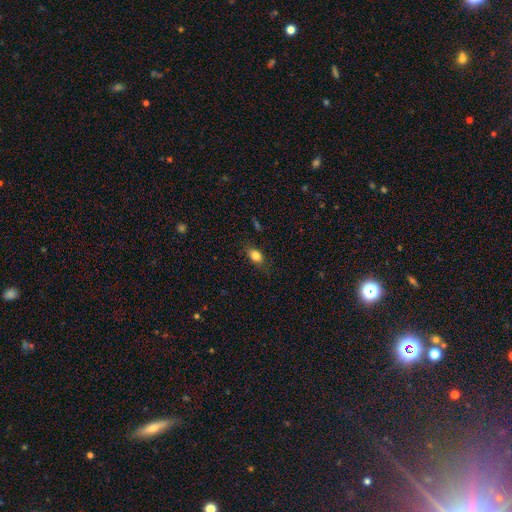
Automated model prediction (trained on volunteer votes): smooth 82%, star or artifact 10%, featured or disk 8%. Down the decision tree: how rounded — in between (75%); merging — none (79%).